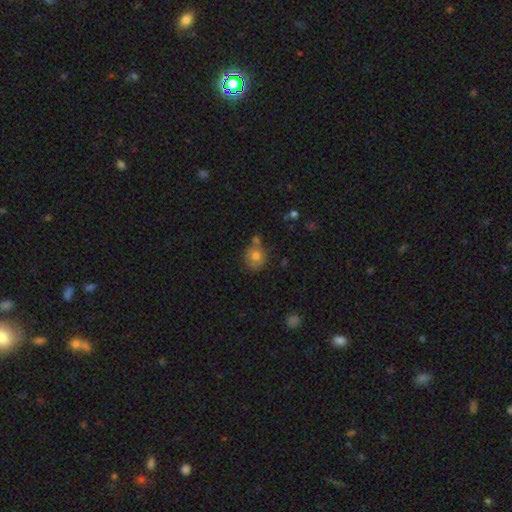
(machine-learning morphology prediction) smooth-or-featured: smooth: 75% | featured or disk: 15% | star or artifact: 10%
  how-rounded: round: 76% | in between: 23% | cigar-shaped: 1%
  merging: none: 58% | minor disturbance: 19% | merger: 18% | major disturbance: 5%